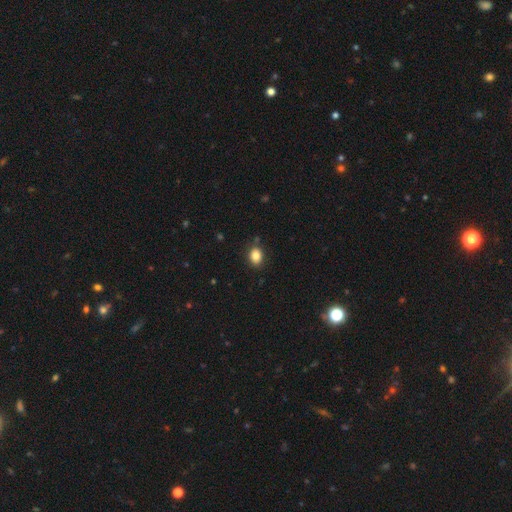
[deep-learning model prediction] A smooth galaxy with no disk features (84%) that is in between round and cigar-shaped (63%). Merging: none (83%).